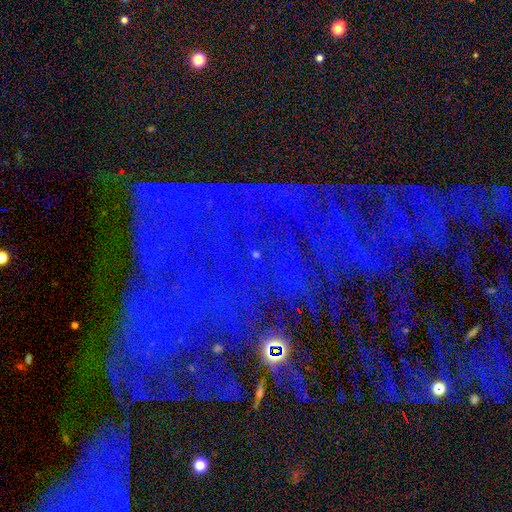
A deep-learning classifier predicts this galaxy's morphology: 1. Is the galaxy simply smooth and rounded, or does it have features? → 82% star or artifact, 10% featured or disk, 9% smooth.